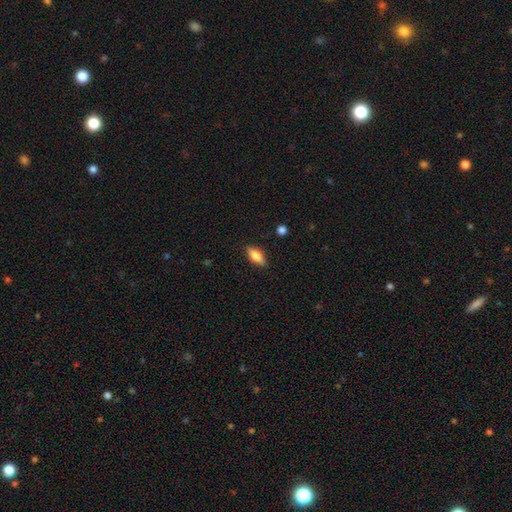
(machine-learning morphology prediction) This is likely a smooth galaxy (72%). How rounded: likely in between (76%). Merging: clearly none (86%).